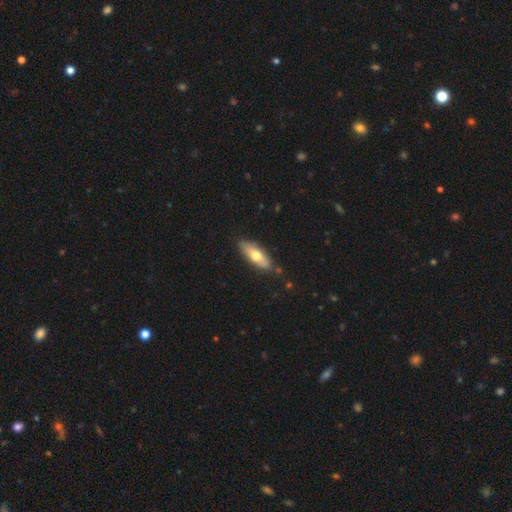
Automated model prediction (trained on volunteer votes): Smooth or featured: smooth — 63% (featured or disk — 32%)
How rounded: in between — 66% (cigar-shaped — 32%)
Merging: none — 82% (minor disturbance — 14%)